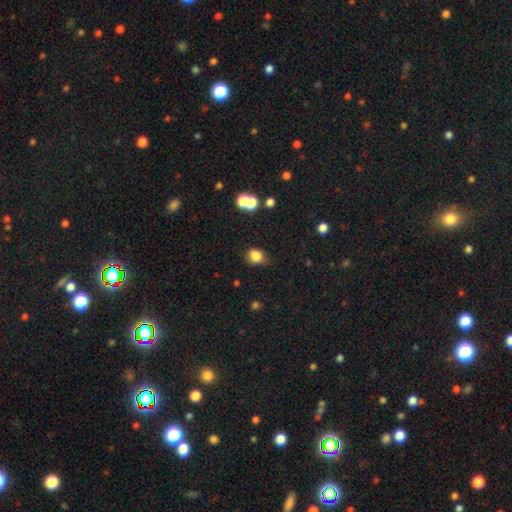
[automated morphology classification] Overall: smooth (83%). How rounded: round (51%; in between 48%). Merging: none (70%).